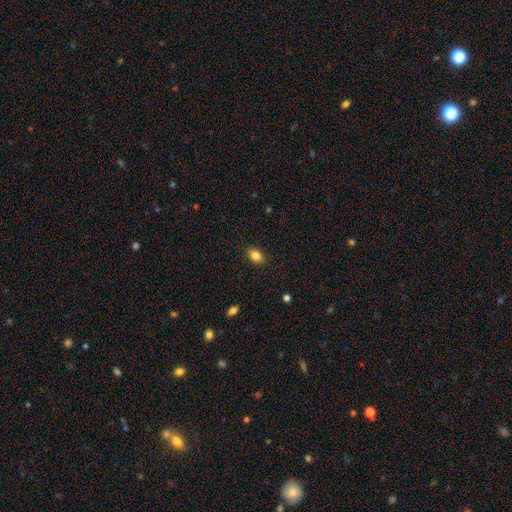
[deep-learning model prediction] A smooth galaxy with no disk features (84%) that is in between round and cigar-shaped (80%). Merging: none (87%).